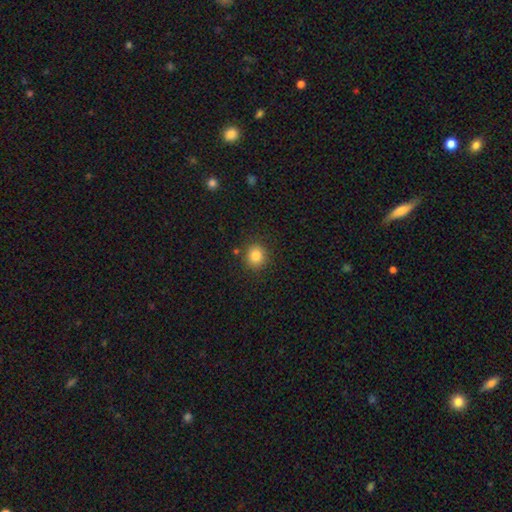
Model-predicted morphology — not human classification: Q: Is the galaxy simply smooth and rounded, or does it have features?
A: smooth — 83%.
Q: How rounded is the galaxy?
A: round — 86%.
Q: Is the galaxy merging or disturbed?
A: none — 86%.